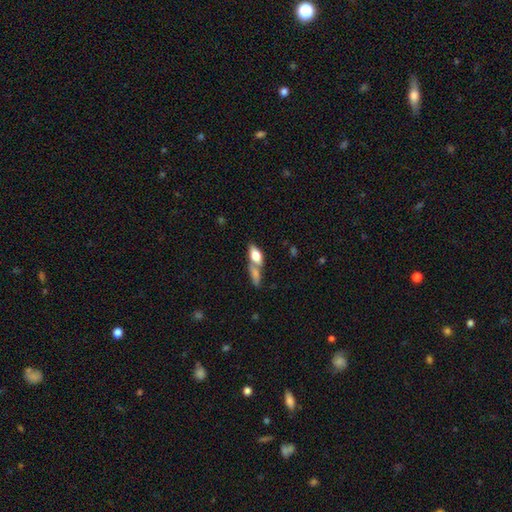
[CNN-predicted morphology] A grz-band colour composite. It shows a smooth galaxy with no disk features (67%) that is in between round and cigar-shaped (75%). Merging: merger (49%).